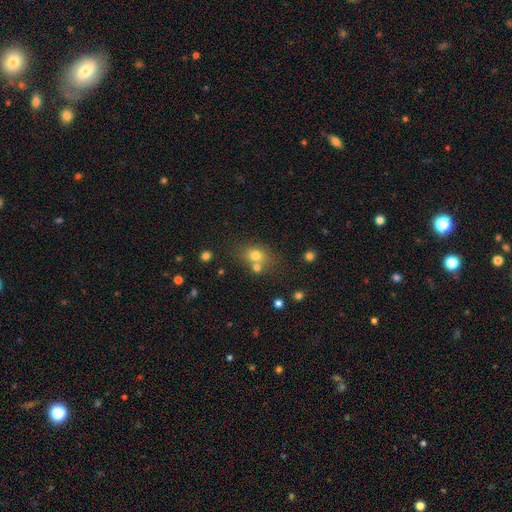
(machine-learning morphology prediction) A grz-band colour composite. It shows a smooth galaxy with no disk features (74%) that is round (52%). Merging: none (55%).